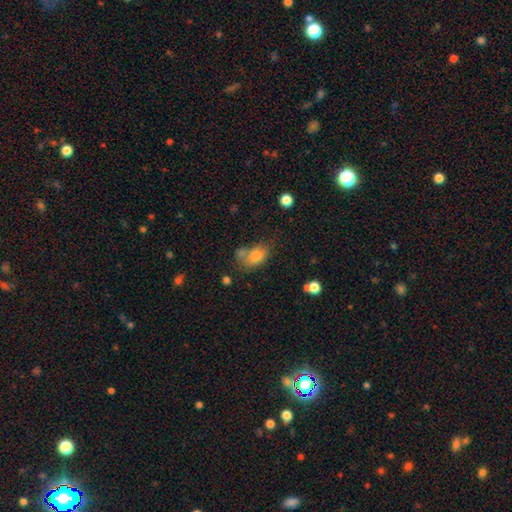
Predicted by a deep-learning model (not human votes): Smooth or featured?
  - smooth: 77% *
  - featured or disk: 12%
  - star or artifact: 11%
How rounded?
  - in between: 71% *
  - round: 28%
  - cigar-shaped: 2%
Merging?
  - none: 43% *
  - merger: 23%
  - minor disturbance: 23%
  - major disturbance: 11%